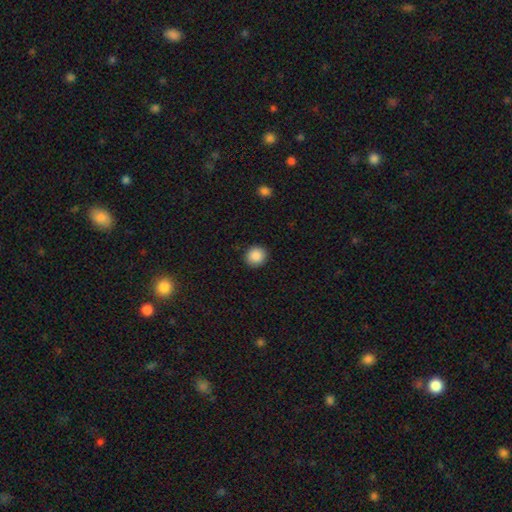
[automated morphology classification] Q: Smooth or featured?
A: smooth (88%); runner-up: star or artifact (8%)
Q: How rounded?
A: round (90%); runner-up: in between (9%)
Q: Merging?
A: none (92%); runner-up: minor disturbance (5%)